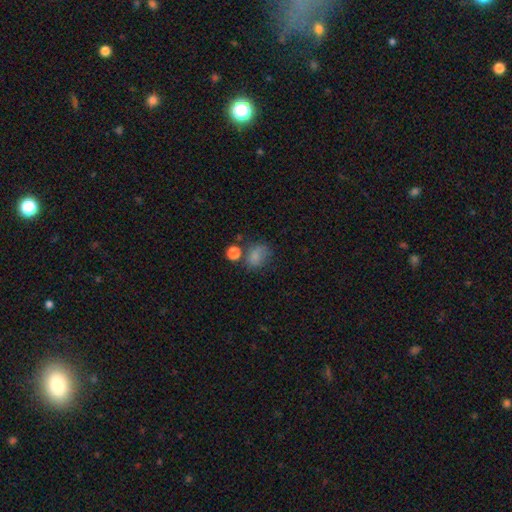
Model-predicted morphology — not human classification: This appears to be a smooth galaxy with no disk features (75%) that is in between round and cigar-shaped (54%). Merging: none (49%).